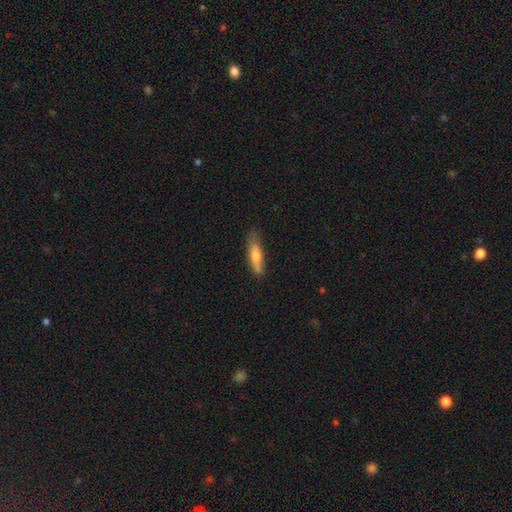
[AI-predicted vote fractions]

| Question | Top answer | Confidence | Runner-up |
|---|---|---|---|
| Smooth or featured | smooth | 60% | featured or disk (34%) |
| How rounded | cigar-shaped | 76% | in between (22%) |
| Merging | none | 71% | minor disturbance (22%) |